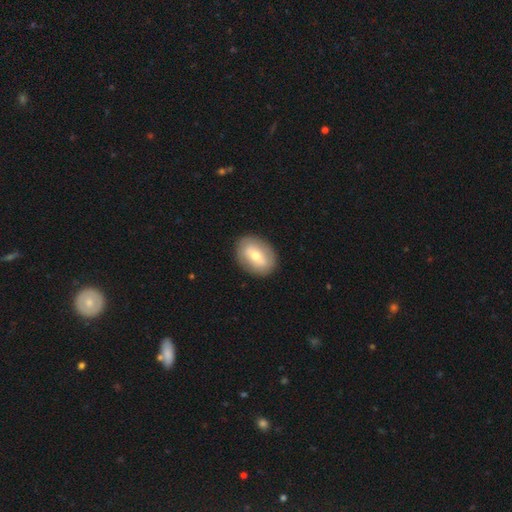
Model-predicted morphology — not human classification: Smooth or featured? Predicted: smooth (p=0.58). How rounded? Predicted: in between (p=0.75). Merging? Predicted: none (p=0.87).